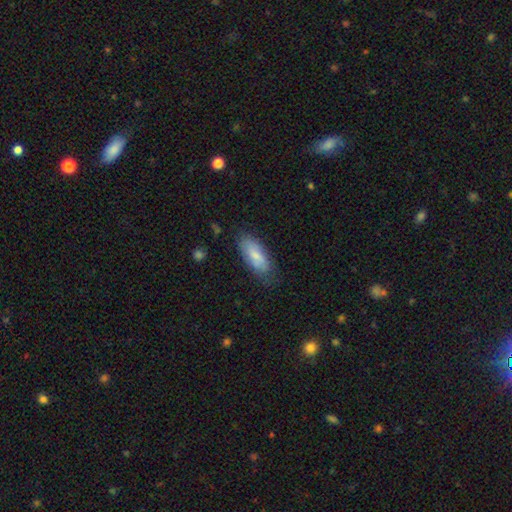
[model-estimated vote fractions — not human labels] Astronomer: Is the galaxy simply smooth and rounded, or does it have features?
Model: smooth — 73%.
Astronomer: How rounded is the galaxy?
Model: in between — 79%.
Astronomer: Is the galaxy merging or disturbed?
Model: none — 72%.